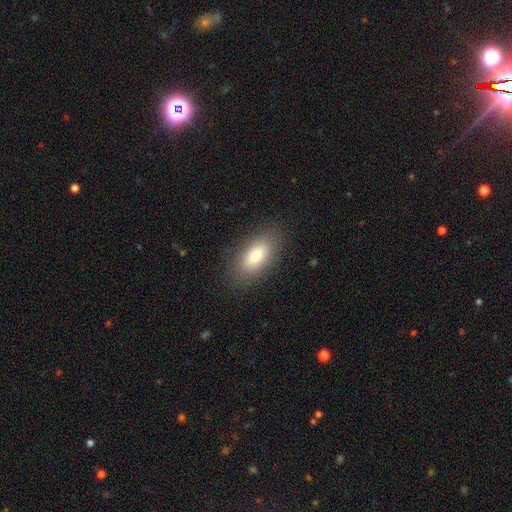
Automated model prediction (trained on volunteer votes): Smooth or featured? Predicted: smooth (p=0.83). How rounded? Predicted: in between (p=0.87). Merging? Predicted: none (p=0.86).